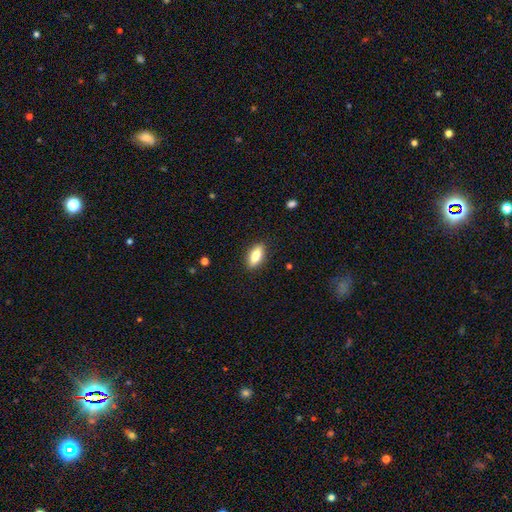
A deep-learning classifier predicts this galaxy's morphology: The model was most divided on "smooth or featured": smooth: 77%, featured or disk: 16%, star or artifact: 7%. More confident: merging — none (87%); how rounded — in between (80%).